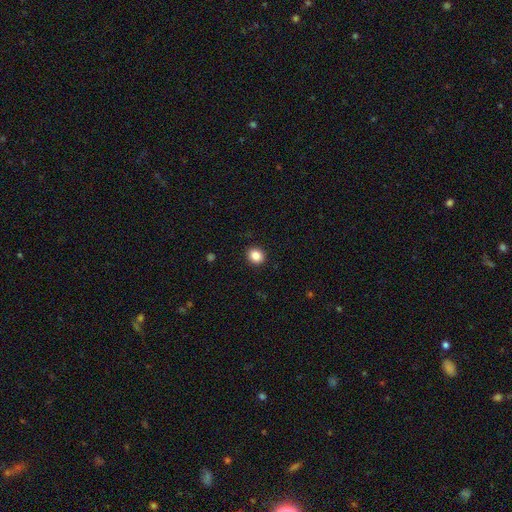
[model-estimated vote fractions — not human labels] The model was most divided on "how rounded": round: 77%, in between: 22%, cigar-shaped: 1%. More confident: merging — none (92%); smooth or featured — smooth (86%).